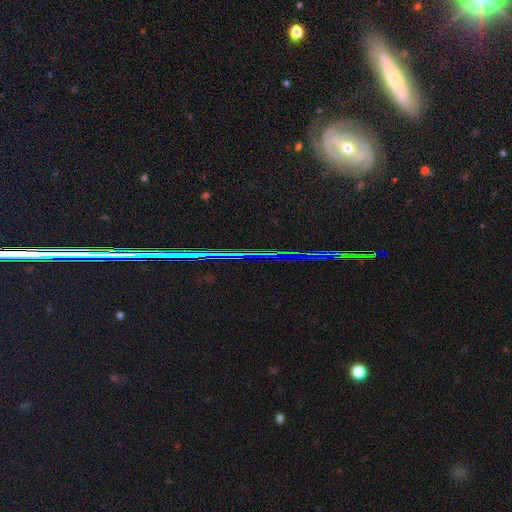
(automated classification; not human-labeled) Overall: star or artifact (69%).